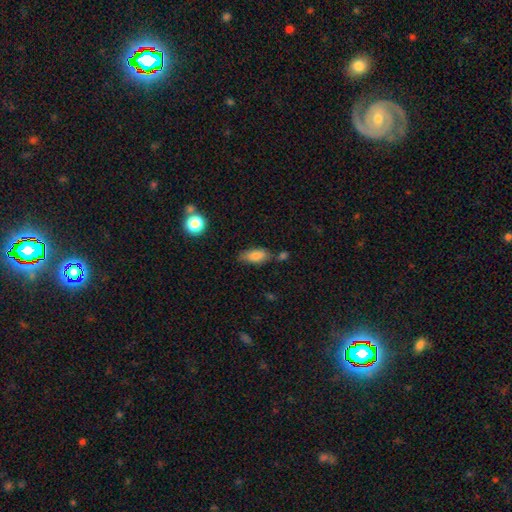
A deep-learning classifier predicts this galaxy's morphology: Overall: smooth (81%). How rounded: in between (83%). Merging: none (63%).